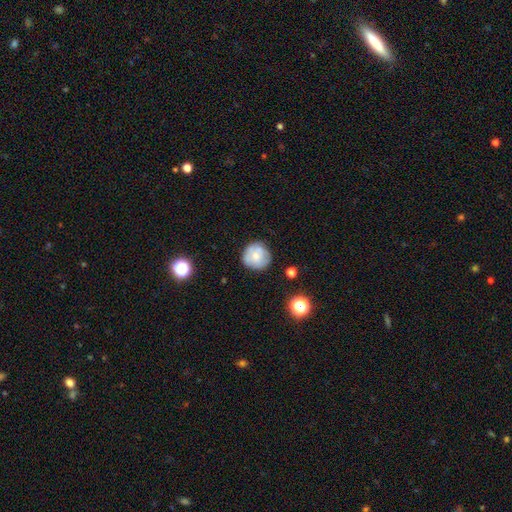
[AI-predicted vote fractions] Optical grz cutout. It shows a smooth galaxy with no disk features (60%) that is round (92%). Merging: none (76%).